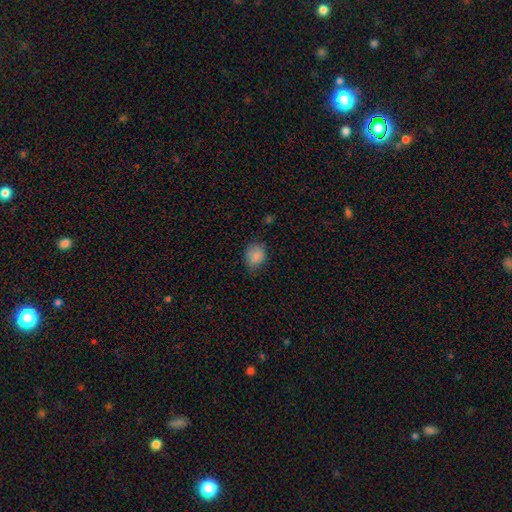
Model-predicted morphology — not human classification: The model was most divided on "how rounded": round: 59%, in between: 40%, cigar-shaped: 1%. More confident: smooth or featured — smooth (86%); merging — none (74%).